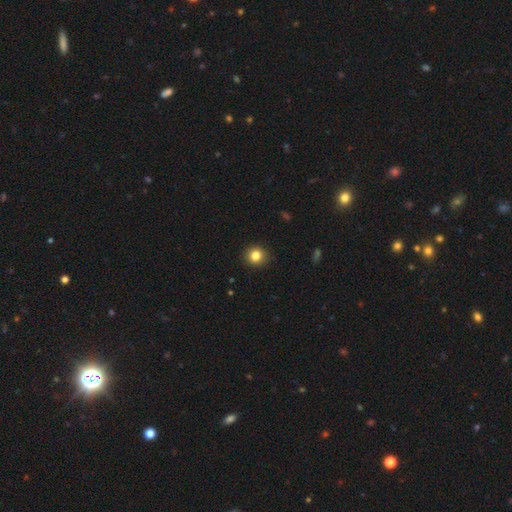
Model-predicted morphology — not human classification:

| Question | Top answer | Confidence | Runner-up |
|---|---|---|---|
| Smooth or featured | smooth | 83% | star or artifact (11%) |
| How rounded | round | 90% | in between (9%) |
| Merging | none | 91% | minor disturbance (6%) |